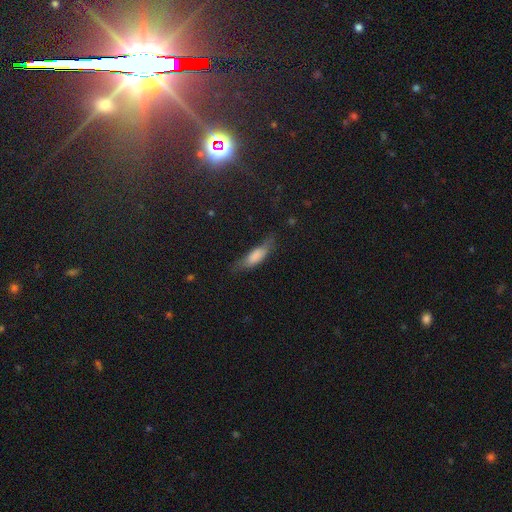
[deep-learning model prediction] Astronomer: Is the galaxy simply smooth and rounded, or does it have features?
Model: smooth — 74%.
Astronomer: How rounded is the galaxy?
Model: in between — 49% (runner-up: cigar-shaped, 48%).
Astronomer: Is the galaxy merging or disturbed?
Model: none — 51% (runner-up: minor disturbance, 33%).